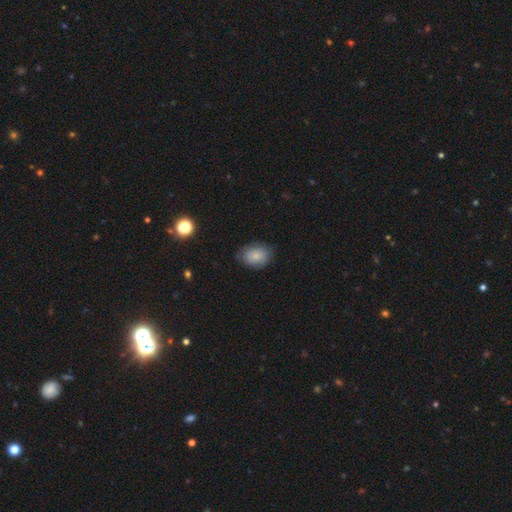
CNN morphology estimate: Smooth or featured?
  - smooth: 83% *
  - featured or disk: 9%
  - star or artifact: 8%
How rounded?
  - in between: 65% *
  - round: 34%
  - cigar-shaped: 1%
Merging?
  - none: 75% *
  - minor disturbance: 20%
  - major disturbance: 4%
  - merger: 1%